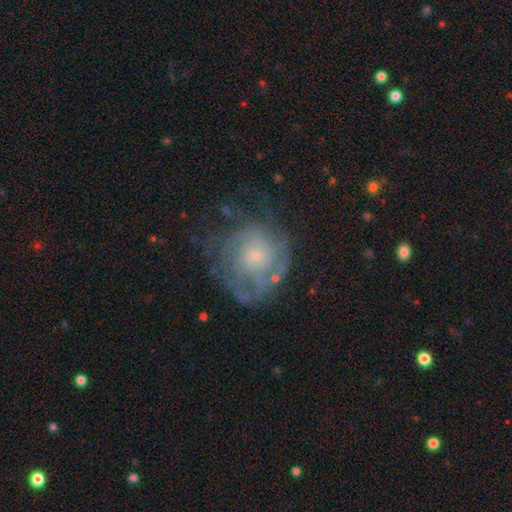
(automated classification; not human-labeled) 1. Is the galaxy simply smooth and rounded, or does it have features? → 75% featured or disk, 17% smooth, 8% star or artifact.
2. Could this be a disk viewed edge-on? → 98% no, 2% yes.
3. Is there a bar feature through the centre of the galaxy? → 81% no, 17% weak, 3% strong.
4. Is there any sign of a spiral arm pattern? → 84% yes, 16% no.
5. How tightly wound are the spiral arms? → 64% tight, 26% medium, 10% loose.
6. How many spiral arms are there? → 48% can't tell, 18% 2, 14% 3, 9% 4, 6% 1, 5% more than 4.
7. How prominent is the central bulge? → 74% small, 19% moderate, 3% none, 2% large, 1% dominant.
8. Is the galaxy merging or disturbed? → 58% none, 21% minor disturbance, 19% major disturbance, 3% merger.